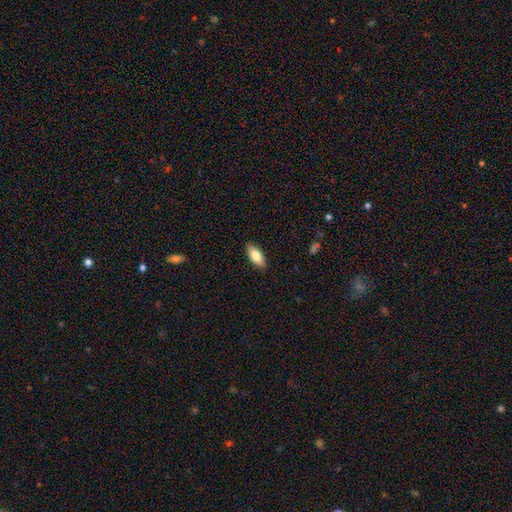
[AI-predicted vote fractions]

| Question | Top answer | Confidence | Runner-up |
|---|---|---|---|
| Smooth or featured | smooth | 78% | featured or disk (16%) |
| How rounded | in between | 82% | cigar-shaped (16%) |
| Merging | none | 88% | minor disturbance (9%) |